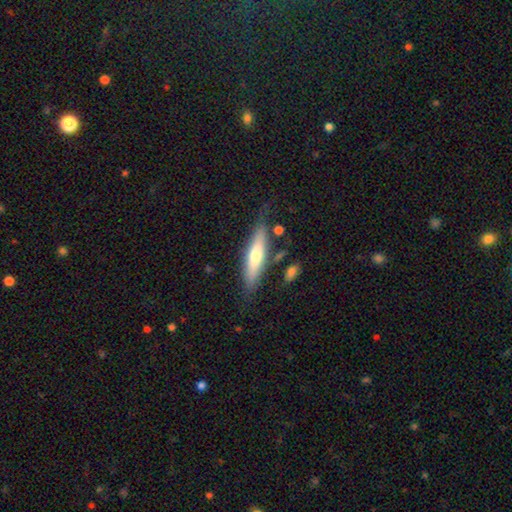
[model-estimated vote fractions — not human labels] The model was most divided on "smooth or featured": smooth: 55%, featured or disk: 39%, star or artifact: 6%. More confident: how rounded — cigar-shaped (72%); merging — none (71%).